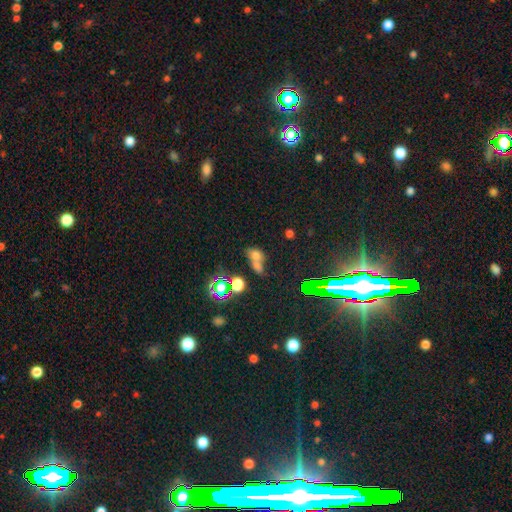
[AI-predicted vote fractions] A smooth galaxy with no disk features (61%) that is in between round and cigar-shaped (51%). Merging: merger (56%).